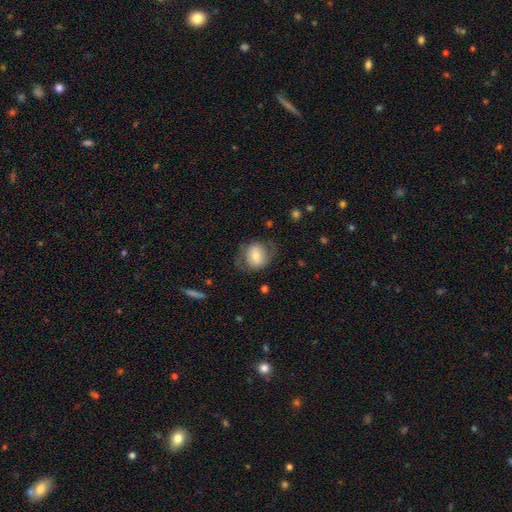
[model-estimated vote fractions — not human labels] Smooth or featured? Predicted: smooth (p=0.57). How rounded? Predicted: round (p=0.62). Merging? Predicted: none (p=0.65).